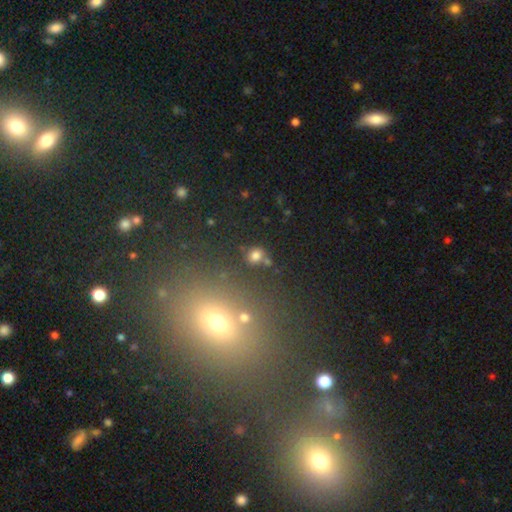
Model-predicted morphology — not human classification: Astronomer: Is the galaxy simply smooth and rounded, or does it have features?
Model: smooth — 76%.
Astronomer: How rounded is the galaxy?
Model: round — 75%.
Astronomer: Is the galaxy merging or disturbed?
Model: none — 73%.